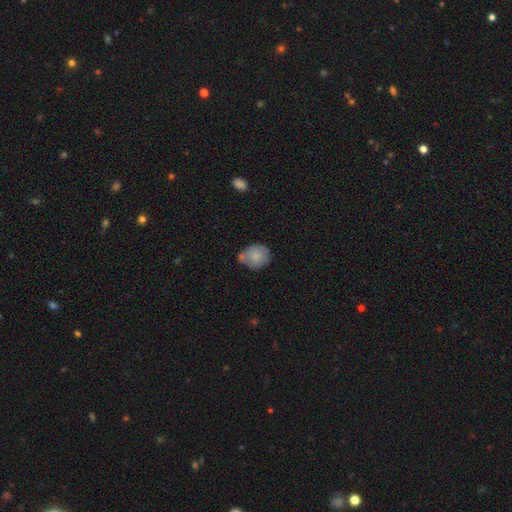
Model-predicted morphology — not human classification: Overall: smooth (75%). How rounded: round (65%; in between 34%). Merging: none (48%; minor disturbance 30%).